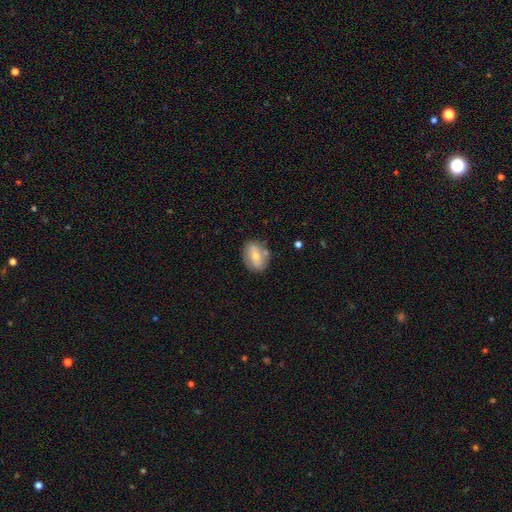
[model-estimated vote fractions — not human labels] A smooth galaxy with no disk features (57%) that is in between round and cigar-shaped (70%). Merging: none (72%).